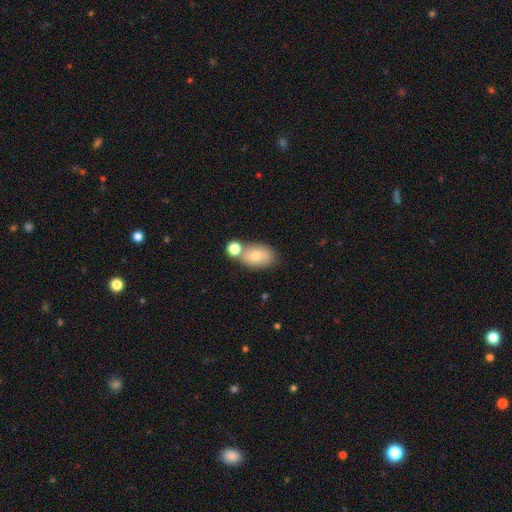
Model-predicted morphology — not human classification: Q: Smooth or featured?
A: smooth (71%); runner-up: featured or disk (21%)
Q: How rounded?
A: in between (85%); runner-up: round (13%)
Q: Merging?
A: none (54%); runner-up: merger (27%)